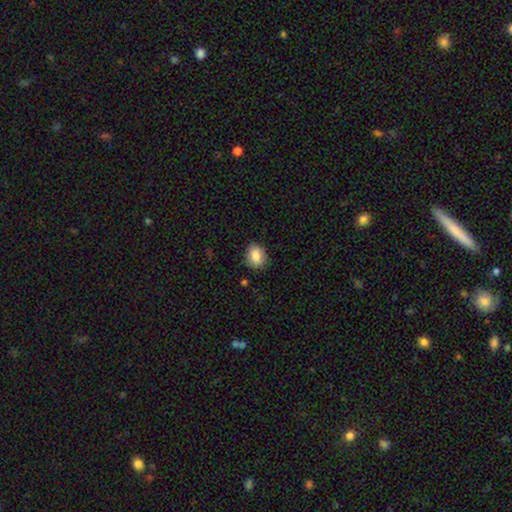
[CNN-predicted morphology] The model was most divided on "how rounded": in between: 52%, round: 47%, cigar-shaped: 1%. More confident: merging — none (86%); smooth or featured — smooth (85%).